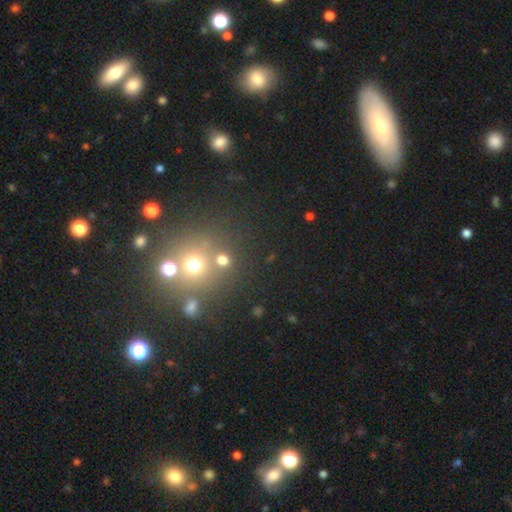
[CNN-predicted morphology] Smooth or featured? star or artifact (47%)